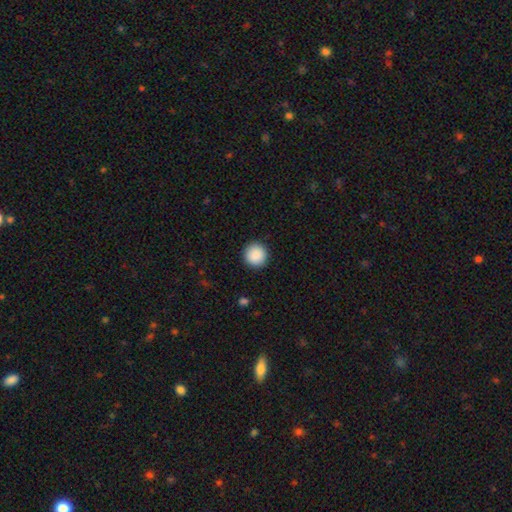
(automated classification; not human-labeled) Q: Smooth or featured?
A: smooth (89%); runner-up: star or artifact (8%)
Q: How rounded?
A: round (95%); runner-up: in between (4%)
Q: Merging?
A: none (92%); runner-up: minor disturbance (5%)